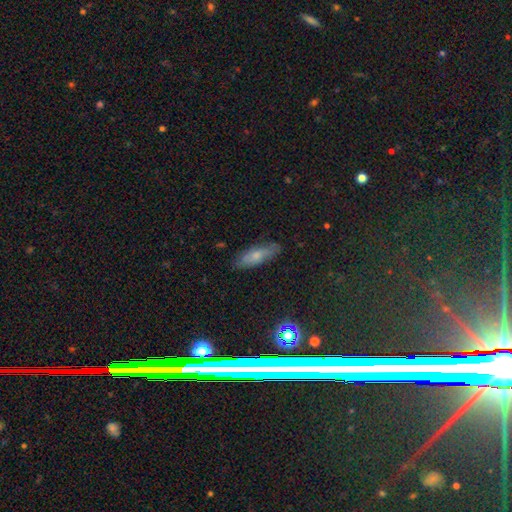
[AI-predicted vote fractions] smooth-or-featured: smooth: 61% | featured or disk: 27% | star or artifact: 12%
  how-rounded: in between: 55% | cigar-shaped: 42% | round: 3%
  merging: none: 80% | minor disturbance: 16% | major disturbance: 3% | merger: 1%